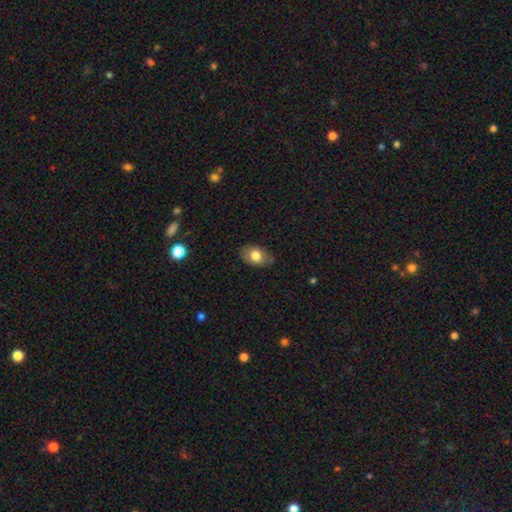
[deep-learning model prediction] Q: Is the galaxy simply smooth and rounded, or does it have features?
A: smooth — 77%.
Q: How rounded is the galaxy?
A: in between — 80%.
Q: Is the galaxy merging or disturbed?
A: none — 76%.